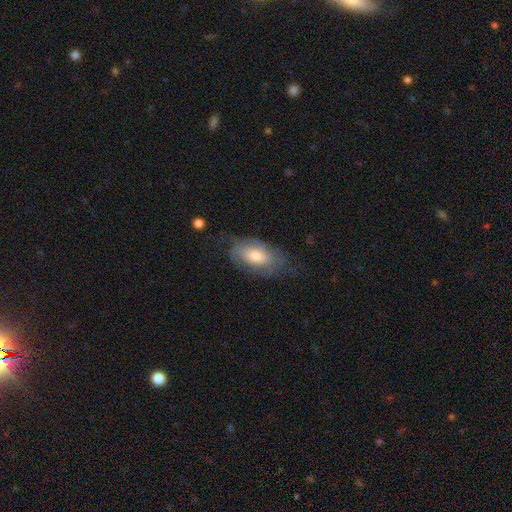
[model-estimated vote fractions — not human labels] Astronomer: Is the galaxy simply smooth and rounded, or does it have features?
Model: smooth — 52% (runner-up: featured or disk, 41%).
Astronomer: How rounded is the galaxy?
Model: in between — 91%.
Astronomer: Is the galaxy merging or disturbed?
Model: none — 55%.